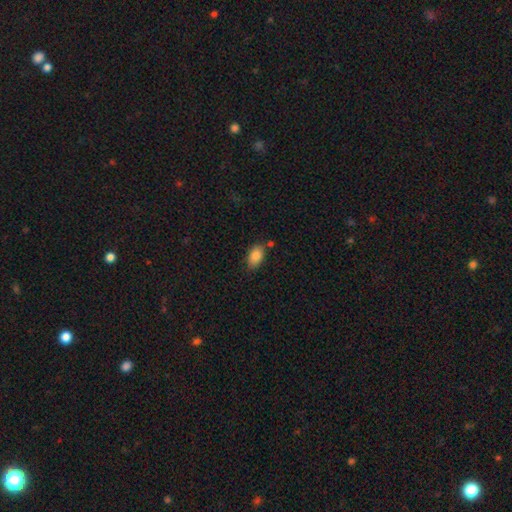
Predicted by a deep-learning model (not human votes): smooth 86%, star or artifact 8%, featured or disk 6%. Down the decision tree: how rounded — in between (91%); merging — none (73%).